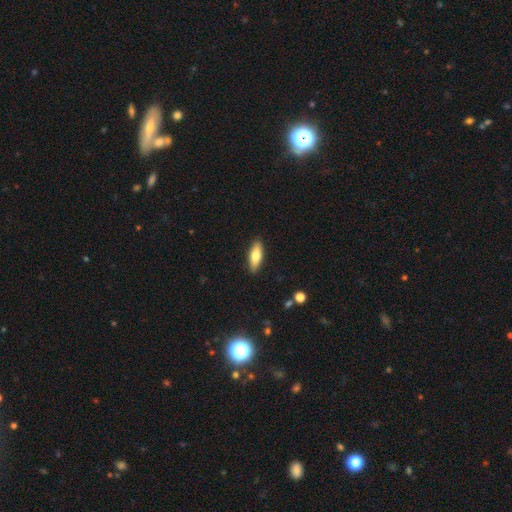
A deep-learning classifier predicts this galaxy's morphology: Smooth or featured: smooth — 75% (featured or disk — 20%)
How rounded: in between — 58% (cigar-shaped — 40%)
Merging: none — 89% (minor disturbance — 8%)